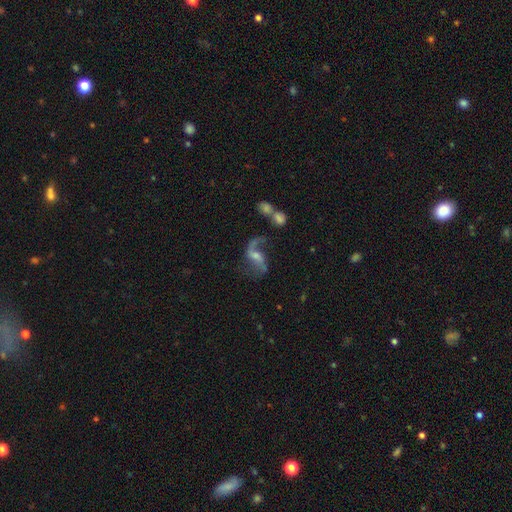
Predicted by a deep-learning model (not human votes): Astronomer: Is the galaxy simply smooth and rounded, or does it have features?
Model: featured or disk — 81%.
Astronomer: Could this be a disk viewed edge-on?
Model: no — 97%.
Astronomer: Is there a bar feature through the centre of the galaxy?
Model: weak — 47% (runner-up: no, 31%).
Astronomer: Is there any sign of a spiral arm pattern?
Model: yes — 92%.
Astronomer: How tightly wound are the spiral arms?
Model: loose — 79%.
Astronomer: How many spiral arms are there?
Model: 2 — 84%.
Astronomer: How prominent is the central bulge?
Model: moderate — 42% (runner-up: small, 39%).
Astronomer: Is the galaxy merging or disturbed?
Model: none — 48%.